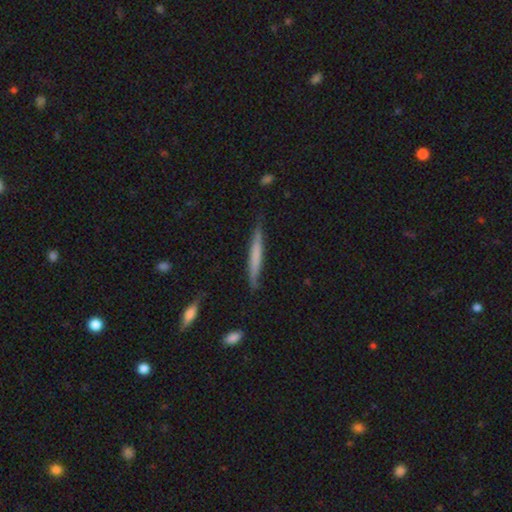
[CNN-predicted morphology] smooth 57%, featured or disk 37%, star or artifact 5%. Down the decision tree: how rounded — cigar-shaped (95%); merging — none (82%).